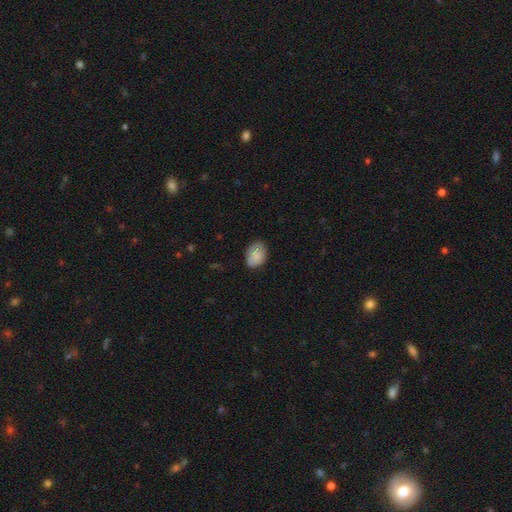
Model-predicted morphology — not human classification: A smooth galaxy with no disk features (82%) that is in between round and cigar-shaped (79%).

Vote fractions:
- Smooth or featured? smooth: 82% / featured or disk: 10% / star or artifact: 7%
- How rounded? in between: 79% / round: 20% / cigar-shaped: 1%
- Merging? none: 74% / minor disturbance: 21% / major disturbance: 3% / merger: 1%